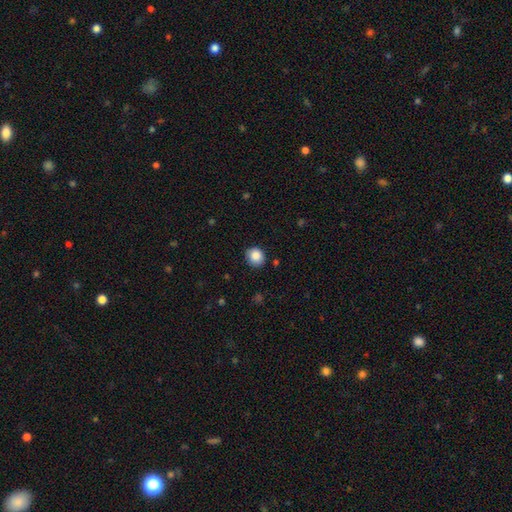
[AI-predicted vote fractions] This appears to be a smooth galaxy with no disk features (86%) that is round (81%). Merging: none (86%).